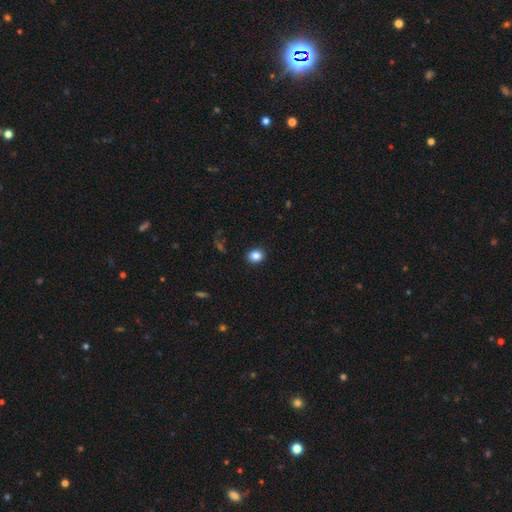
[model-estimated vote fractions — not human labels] This is clearly a smooth galaxy (86%). How rounded: likely round (62%). Merging: clearly none (91%).